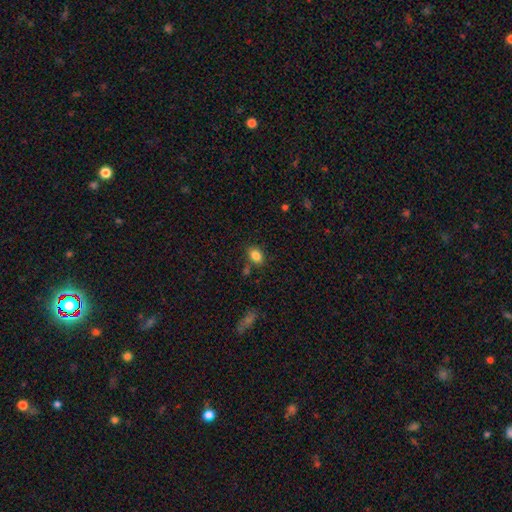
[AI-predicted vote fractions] smooth 85%, star or artifact 10%, featured or disk 6%. Down the decision tree: how rounded — in between (77%); merging — none (77%).